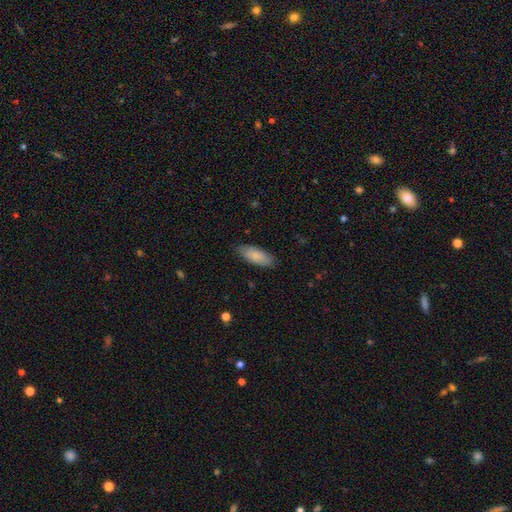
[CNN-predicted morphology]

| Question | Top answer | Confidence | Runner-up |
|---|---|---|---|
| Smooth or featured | smooth | 84% | featured or disk (11%) |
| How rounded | in between | 78% | cigar-shaped (20%) |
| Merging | none | 84% | minor disturbance (12%) |